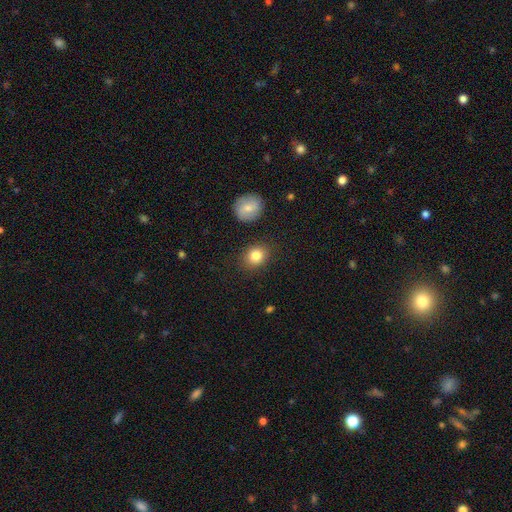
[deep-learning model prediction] The model was most divided on "how rounded": round: 63%, in between: 36%, cigar-shaped: 1%. More confident: merging — none (86%); smooth or featured — smooth (83%).